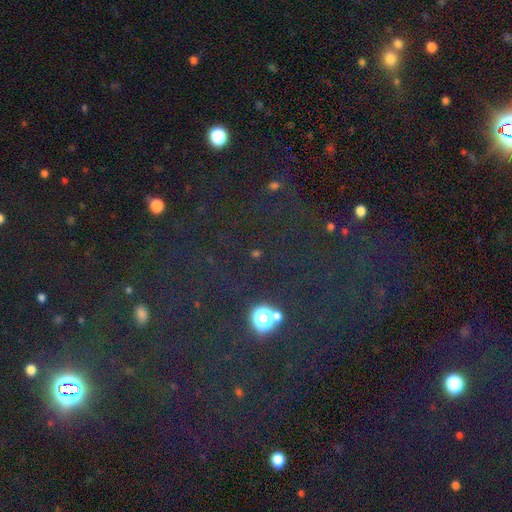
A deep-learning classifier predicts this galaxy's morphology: Smooth or featured? Predicted: star or artifact (p=0.73).